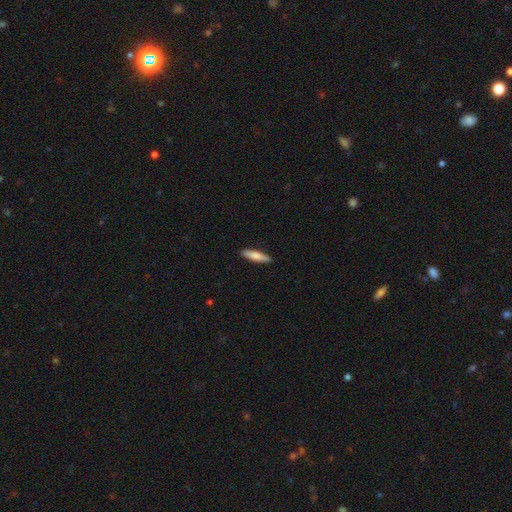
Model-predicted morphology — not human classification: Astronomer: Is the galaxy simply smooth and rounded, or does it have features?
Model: smooth — 75%.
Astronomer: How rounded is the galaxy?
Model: cigar-shaped — 77%.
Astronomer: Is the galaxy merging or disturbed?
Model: none — 90%.